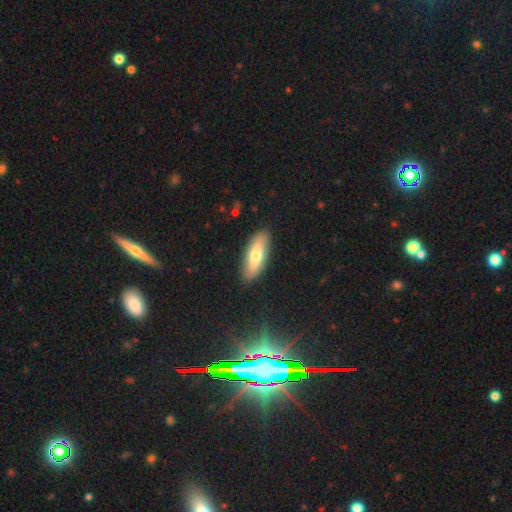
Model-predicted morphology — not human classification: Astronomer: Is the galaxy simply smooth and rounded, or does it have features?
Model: smooth — 64%.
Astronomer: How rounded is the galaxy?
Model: in between — 67%.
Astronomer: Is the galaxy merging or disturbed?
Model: none — 88%.